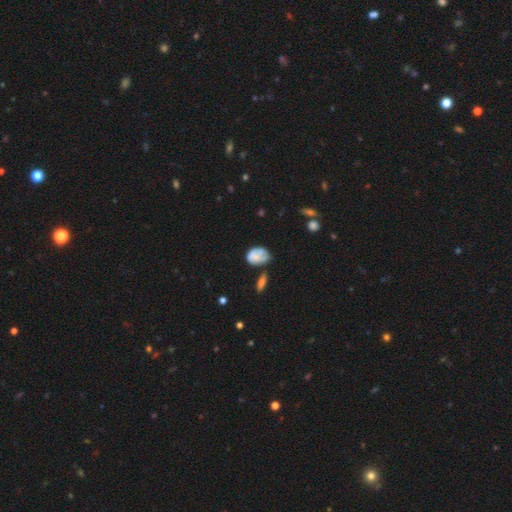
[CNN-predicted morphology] The model was most divided on "merging": none: 40%, minor disturbance: 31%, major disturbance: 16%, merger: 13%. More confident: how rounded — in between (71%); smooth or featured — smooth (64%).